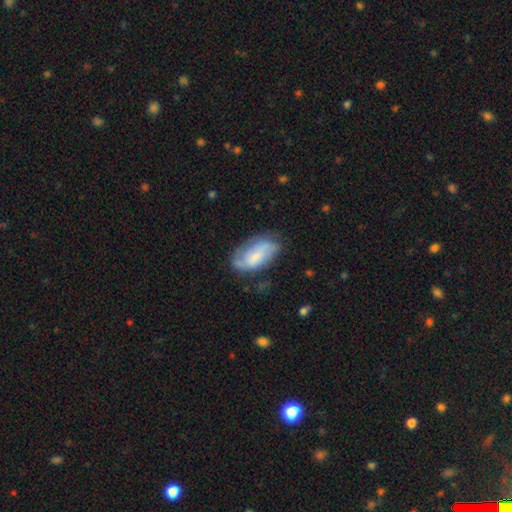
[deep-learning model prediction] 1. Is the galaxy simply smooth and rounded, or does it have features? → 47% smooth, 46% featured or disk, 8% star or artifact.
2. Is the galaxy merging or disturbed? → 58% none, 28% minor disturbance, 11% major disturbance, 2% merger.